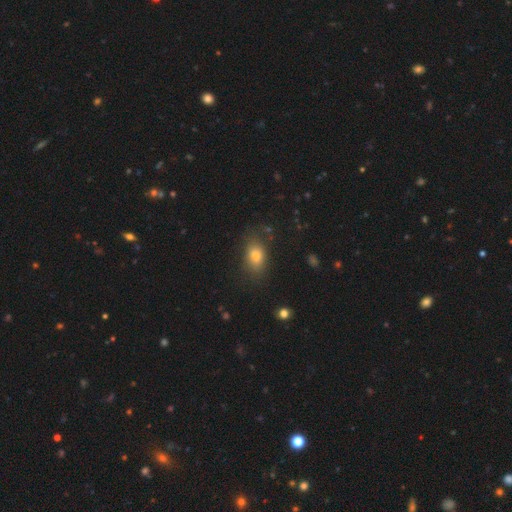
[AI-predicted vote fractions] smooth-or-featured: smooth: 77% | featured or disk: 12% | star or artifact: 11%
  how-rounded: in between: 79% | round: 19% | cigar-shaped: 2%
  merging: none: 77% | minor disturbance: 15% | major disturbance: 5% | merger: 2%